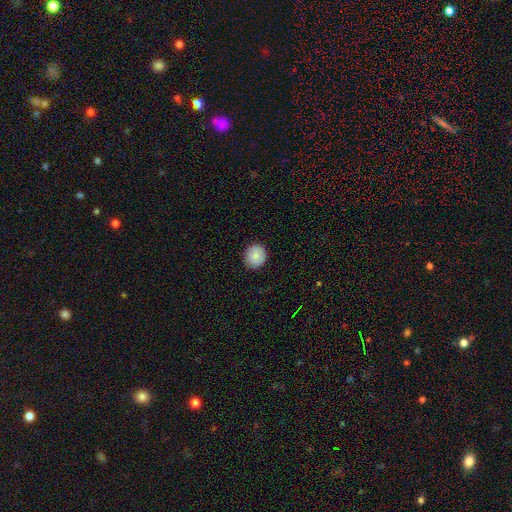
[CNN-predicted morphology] smooth 86%, star or artifact 8%, featured or disk 7%. Down the decision tree: how rounded — round (87%); merging — none (91%).